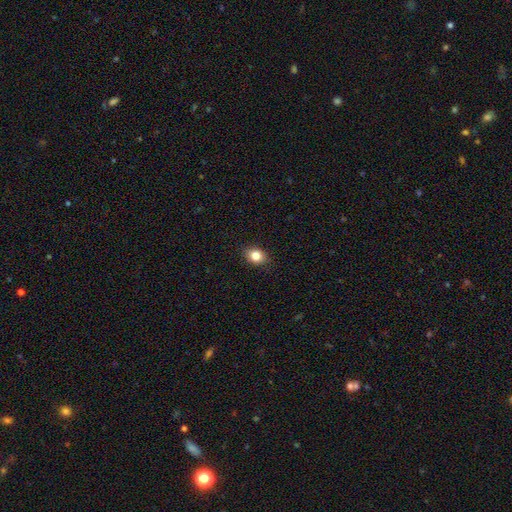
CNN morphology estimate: Smooth or featured?
  - smooth: 82% *
  - star or artifact: 10%
  - featured or disk: 8%
How rounded?
  - in between: 59% *
  - round: 40%
  - cigar-shaped: 1%
Merging?
  - none: 88% *
  - minor disturbance: 9%
  - major disturbance: 2%
  - merger: 1%